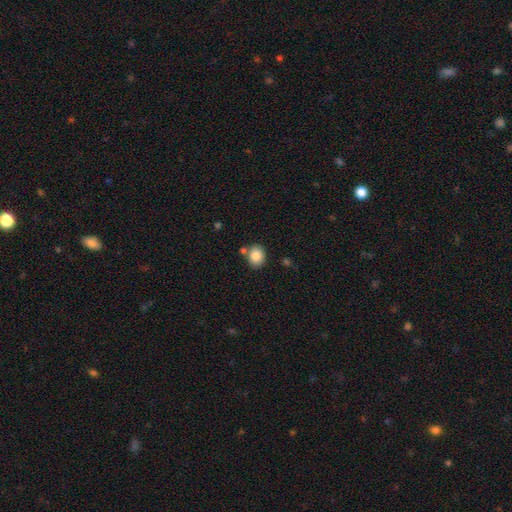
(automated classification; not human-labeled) smooth-or-featured: smooth: 83% | star or artifact: 9% | featured or disk: 8%
  how-rounded: round: 64% | in between: 36% | cigar-shaped: 1%
  merging: none: 75% | merger: 12% | minor disturbance: 11% | major disturbance: 3%